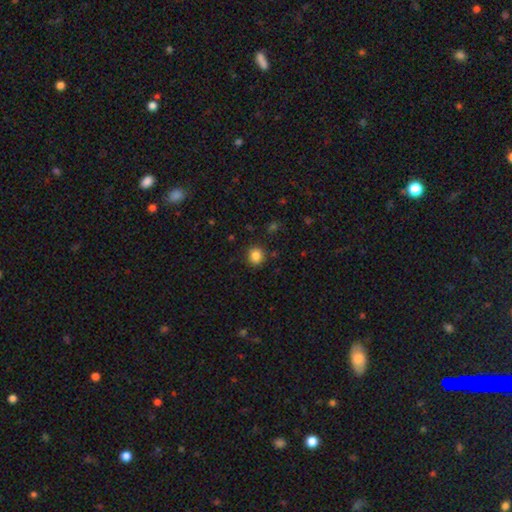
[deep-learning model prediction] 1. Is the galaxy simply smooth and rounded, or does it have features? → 85% smooth, 11% star or artifact, 4% featured or disk.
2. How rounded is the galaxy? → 85% round, 14% in between, 1% cigar-shaped.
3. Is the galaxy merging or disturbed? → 88% none, 8% minor disturbance, 2% major disturbance, 2% merger.